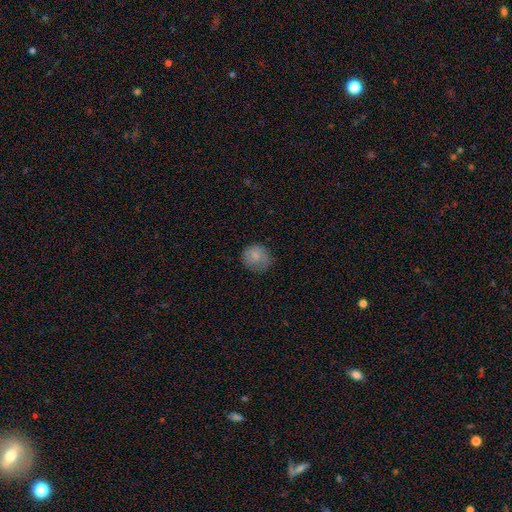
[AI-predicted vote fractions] Smooth or featured? Predicted: smooth (p=0.79). How rounded? Predicted: round (p=0.83). Merging? Predicted: none (p=0.68).